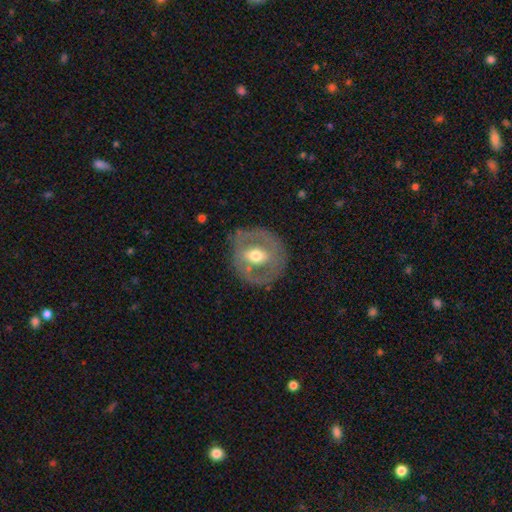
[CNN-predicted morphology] This appears to be a featured or disk galaxy (65%) with a weak bar (37%), no spiral arms (71%) and a moderate central bulge (73%). Merging: none (77%).